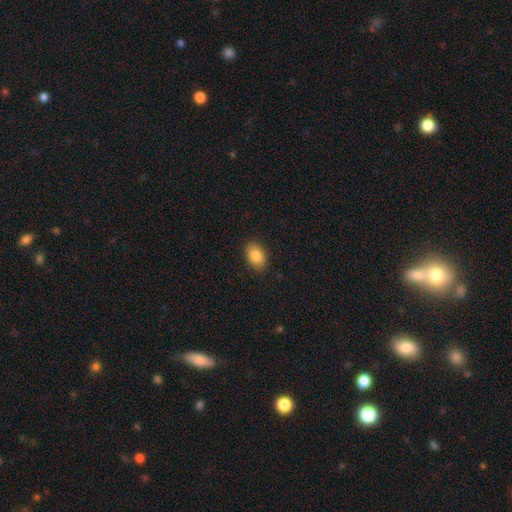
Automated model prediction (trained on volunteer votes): Overall: smooth (87%). How rounded: in between (83%). Merging: none (88%).